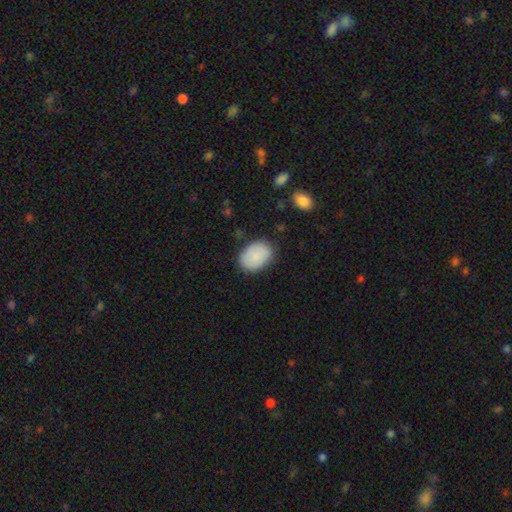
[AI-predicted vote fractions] The model was most divided on "merging": none: 81%, minor disturbance: 14%, major disturbance: 3%, merger: 1%. More confident: smooth or featured — smooth (86%); how rounded — in between (83%).